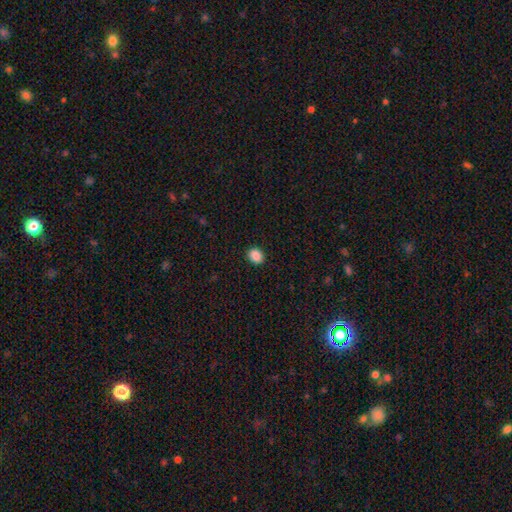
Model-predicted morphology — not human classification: smooth 88%, star or artifact 9%, featured or disk 3%. Down the decision tree: how rounded — round (57%); merging — none (90%).